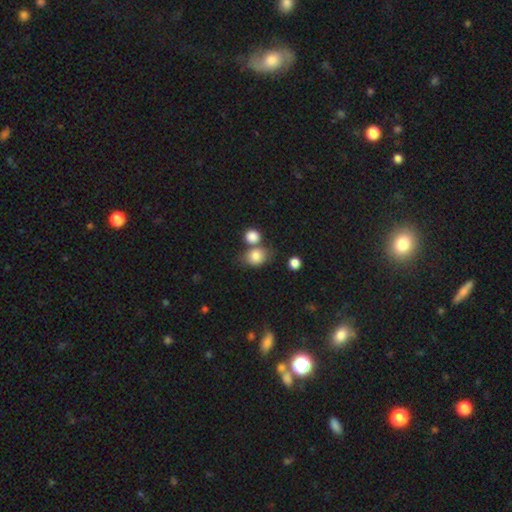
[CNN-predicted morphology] This is clearly a smooth galaxy (82%). How rounded: possibly round (59%). Merging: possibly none (50%).